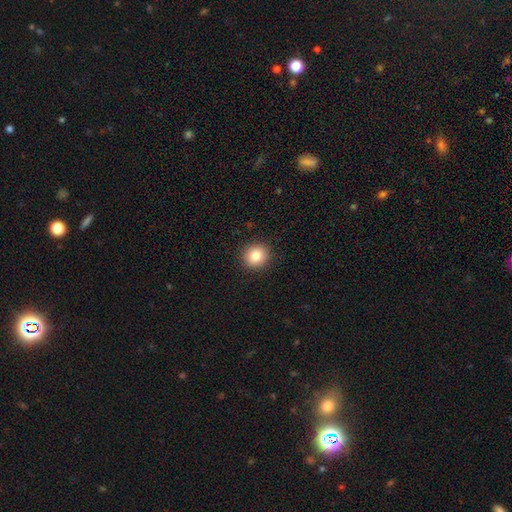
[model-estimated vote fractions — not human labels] Overall: smooth (83%). How rounded: round (89%). Merging: none (91%).